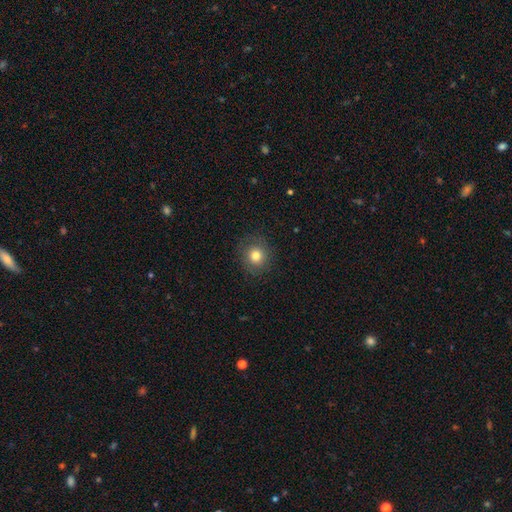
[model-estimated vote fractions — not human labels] A smooth galaxy with no disk features (79%) that is round (88%).

Vote fractions:
- Smooth or featured? smooth: 79% / star or artifact: 12% / featured or disk: 9%
- How rounded? round: 88% / in between: 12% / cigar-shaped: 1%
- Merging? none: 86% / minor disturbance: 9% / major disturbance: 3% / merger: 1%